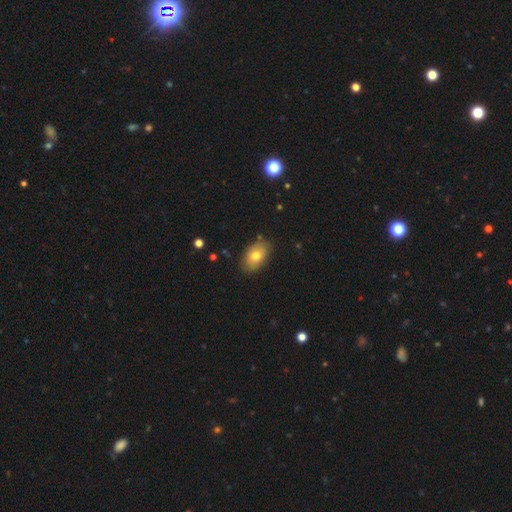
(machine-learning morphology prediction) type=smooth (73%); roundness=in between (90%); merging=none (84%).